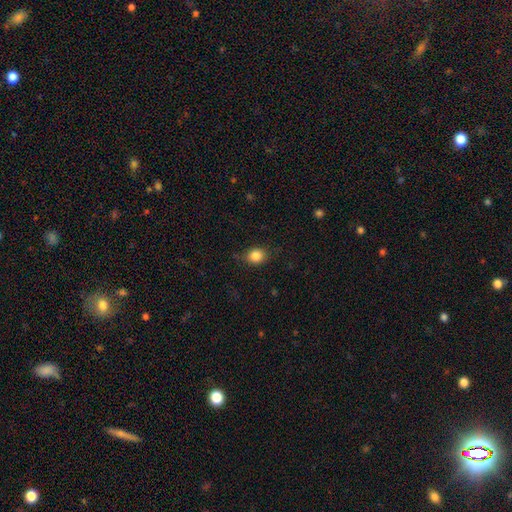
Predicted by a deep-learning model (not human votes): This appears to be a smooth galaxy with no disk features (84%) that is round (65%). Merging: none (77%).